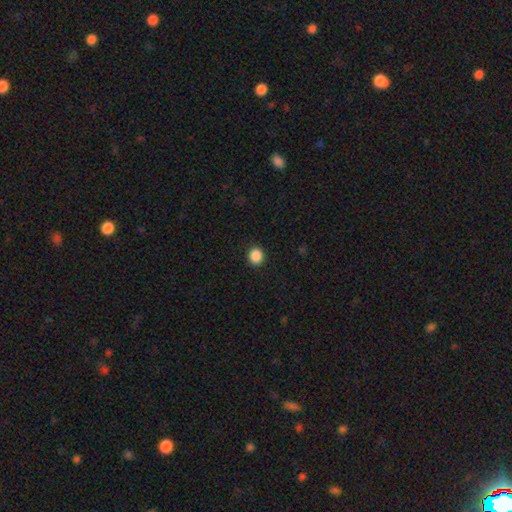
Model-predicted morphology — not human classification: Overall: smooth (88%). How rounded: round (76%). Merging: none (91%).